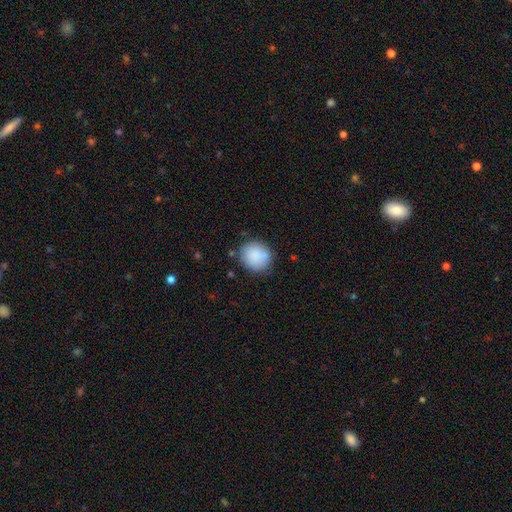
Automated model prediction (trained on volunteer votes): Smooth or featured? Predicted: smooth (p=0.87). How rounded? Predicted: round (p=0.85). Merging? Predicted: none (p=0.78).